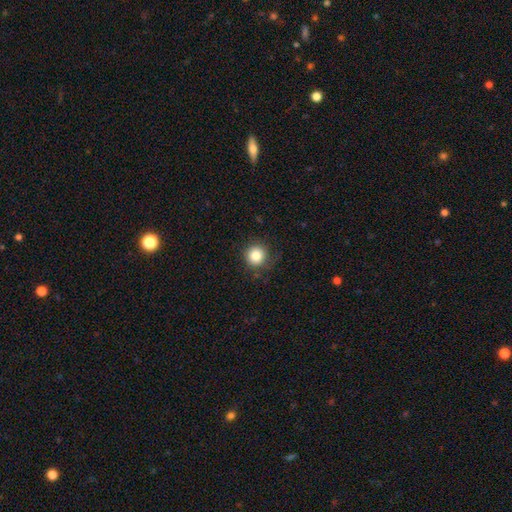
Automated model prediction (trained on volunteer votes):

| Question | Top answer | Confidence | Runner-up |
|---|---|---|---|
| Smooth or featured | smooth | 84% | star or artifact (10%) |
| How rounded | round | 94% | in between (5%) |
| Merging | none | 84% | minor disturbance (11%) |